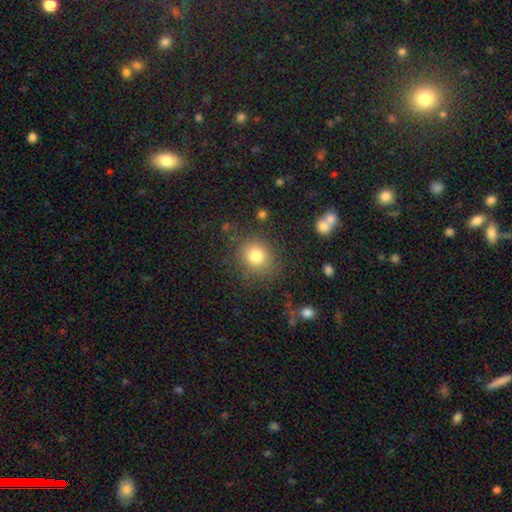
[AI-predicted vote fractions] Smooth or featured?
  - smooth: 80% *
  - star or artifact: 12%
  - featured or disk: 8%
How rounded?
  - round: 80% *
  - in between: 19%
  - cigar-shaped: 1%
Merging?
  - none: 83% *
  - minor disturbance: 11%
  - major disturbance: 4%
  - merger: 2%